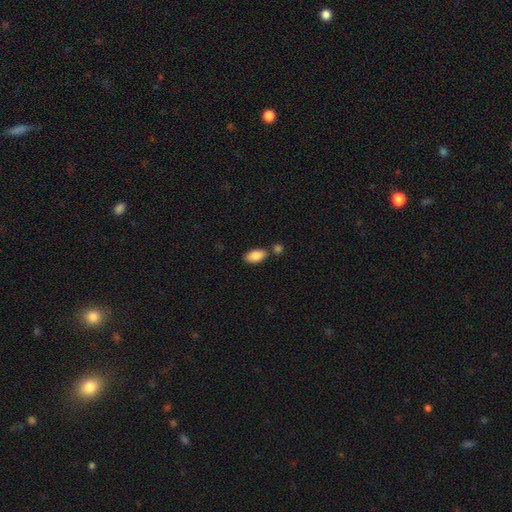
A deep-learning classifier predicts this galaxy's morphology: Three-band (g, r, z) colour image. It shows a smooth galaxy with no disk features (88%) that is in between round and cigar-shaped (93%). Merging: none (68%).